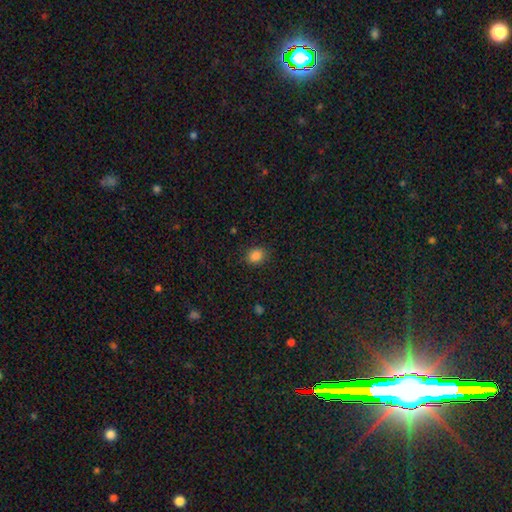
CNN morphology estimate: Overall: smooth (85%). How rounded: in between (52%; round 47%). Merging: none (87%).